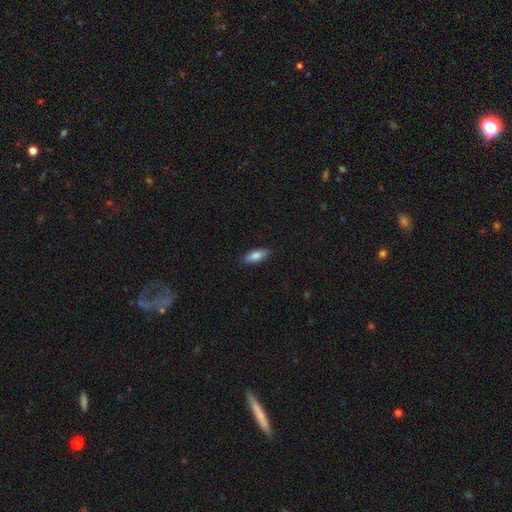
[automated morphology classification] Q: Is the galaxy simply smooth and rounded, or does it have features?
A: smooth — 80%.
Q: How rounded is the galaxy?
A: in between — 72%.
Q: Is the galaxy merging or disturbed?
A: none — 88%.